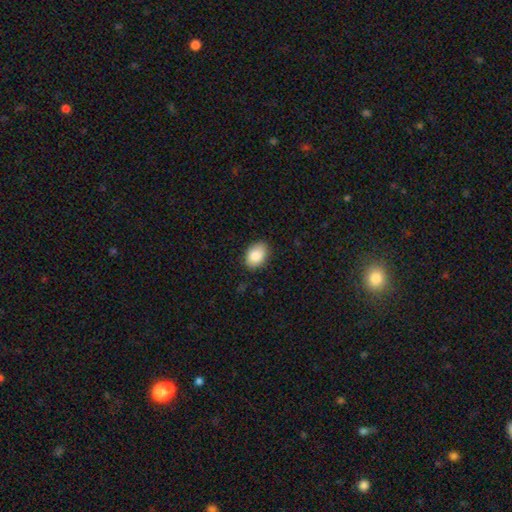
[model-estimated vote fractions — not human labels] Overall: smooth (87%). How rounded: in between (80%). Merging: none (85%).